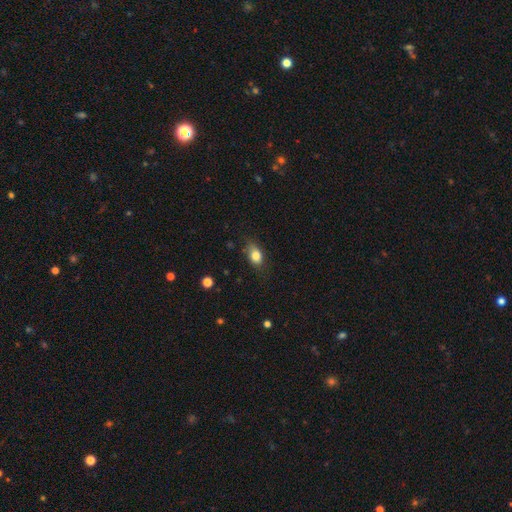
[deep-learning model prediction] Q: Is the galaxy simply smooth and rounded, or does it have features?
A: smooth — 82%.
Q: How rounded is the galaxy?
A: in between — 78%.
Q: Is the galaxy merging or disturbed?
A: none — 68%.